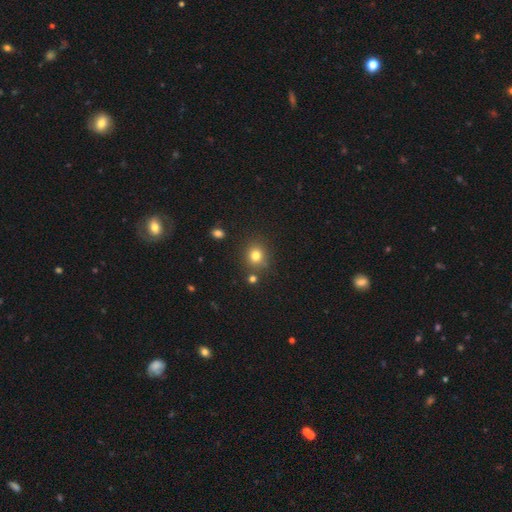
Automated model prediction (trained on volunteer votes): smooth-or-featured: smooth: 78% | star or artifact: 14% | featured or disk: 8%
  how-rounded: round: 83% | in between: 16% | cigar-shaped: 1%
  merging: none: 80% | minor disturbance: 10% | merger: 7% | major disturbance: 3%